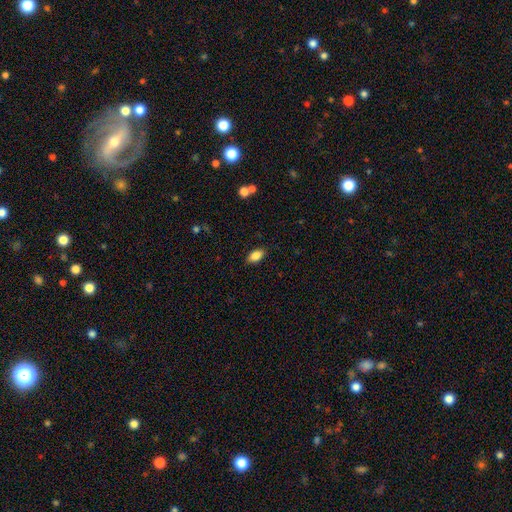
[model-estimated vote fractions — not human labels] smooth_or_featured: smooth (p=0.86) [alt: star or artifact p=0.08]
how_rounded: in between (p=0.91) [alt: round p=0.06]
merging: none (p=0.87) [alt: minor disturbance p=0.09]